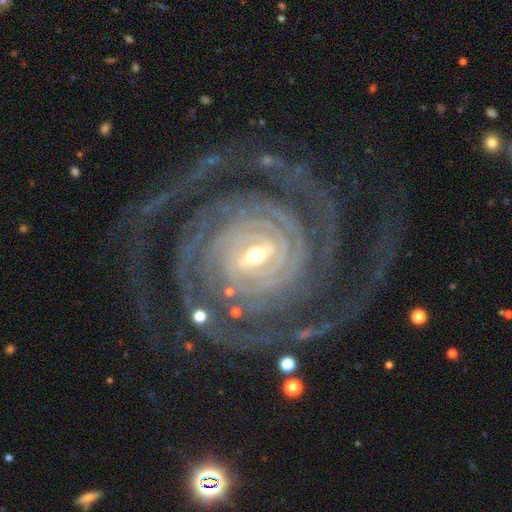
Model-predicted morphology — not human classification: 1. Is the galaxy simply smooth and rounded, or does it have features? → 94% featured or disk, 4% star or artifact, 2% smooth.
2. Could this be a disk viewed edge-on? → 98% no, 2% yes.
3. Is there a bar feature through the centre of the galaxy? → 41% weak, 37% strong, 22% no.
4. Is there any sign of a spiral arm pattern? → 99% yes, 1% no.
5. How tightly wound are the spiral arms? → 82% tight, 16% medium, 3% loose.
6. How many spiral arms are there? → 50% 2, 16% 3, 10% 4, 10% can't tell, 7% more than 4, 7% 1.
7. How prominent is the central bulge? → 60% small, 36% moderate, 2% large, 1% none, 1% dominant.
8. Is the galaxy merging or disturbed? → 75% none, 12% minor disturbance, 12% major disturbance, 2% merger.